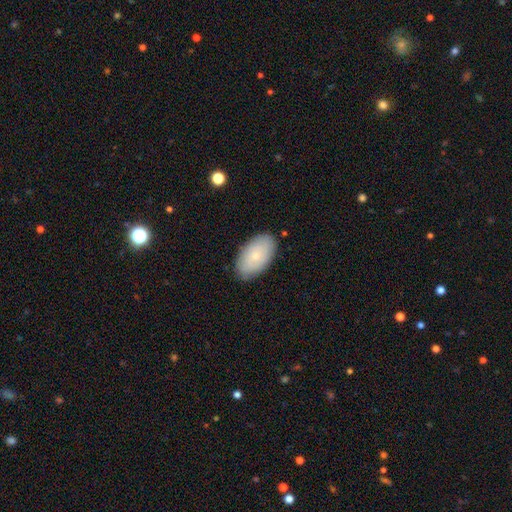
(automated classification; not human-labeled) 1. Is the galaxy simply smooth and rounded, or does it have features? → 75% smooth, 19% featured or disk, 6% star or artifact.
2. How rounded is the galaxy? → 95% in between, 3% round, 2% cigar-shaped.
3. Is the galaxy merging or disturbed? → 85% none, 12% minor disturbance, 2% major disturbance, 1% merger.